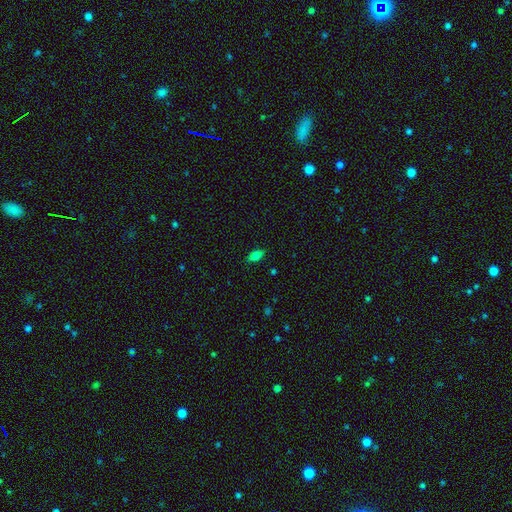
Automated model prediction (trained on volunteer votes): Smooth or featured? Predicted: smooth (p=0.79). How rounded? Predicted: in between (p=0.86). Merging? Predicted: none (p=0.84).